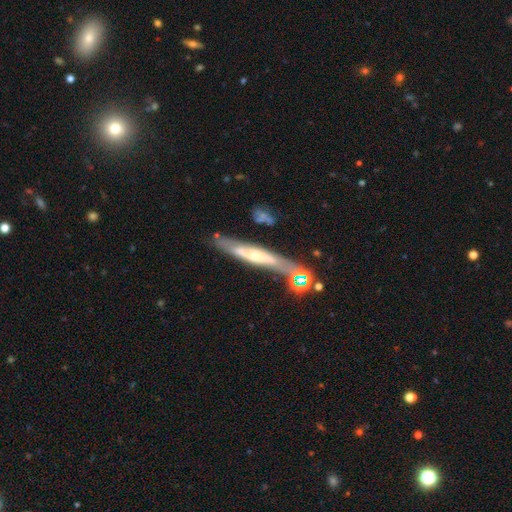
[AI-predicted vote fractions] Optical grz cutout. It shows a featured or disk galaxy (64%) viewed edge-on (69%). Merging: none (57%).